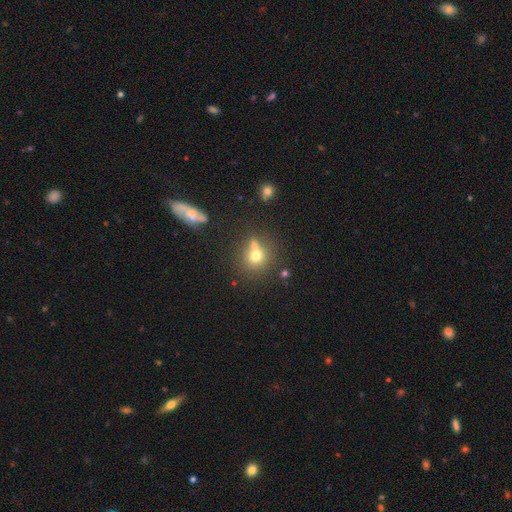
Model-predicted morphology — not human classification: This is likely a smooth galaxy (70%). How rounded: clearly round (85%). Merging: possibly none (55%).